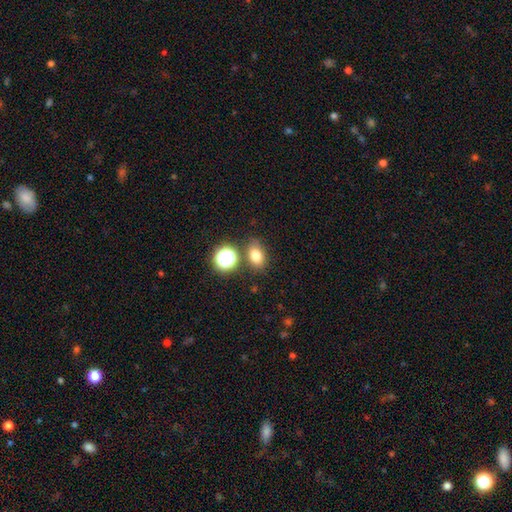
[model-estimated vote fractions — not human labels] Q: Smooth or featured?
A: smooth (76%); runner-up: star or artifact (15%)
Q: How rounded?
A: in between (67%); runner-up: round (31%)
Q: Merging?
A: none (73%); runner-up: minor disturbance (14%)